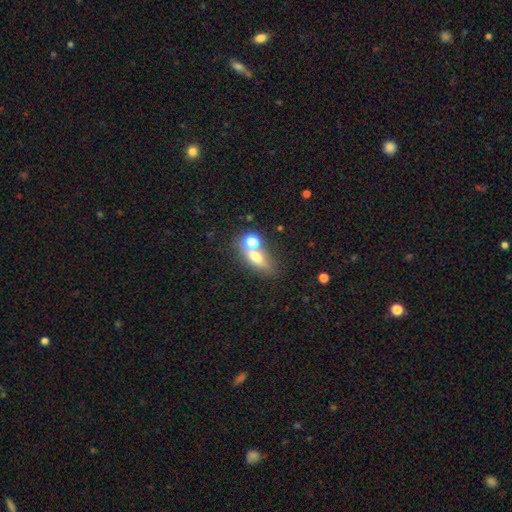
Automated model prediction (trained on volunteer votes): Smooth or featured?
  - smooth: 63% *
  - featured or disk: 20%
  - star or artifact: 17%
How rounded?
  - in between: 62% *
  - round: 27%
  - cigar-shaped: 11%
Merging?
  - none: 47% *
  - merger: 34%
  - minor disturbance: 12%
  - major disturbance: 7%